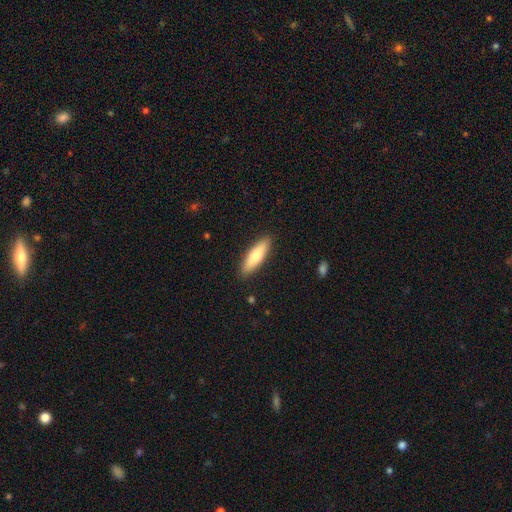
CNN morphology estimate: A smooth galaxy with no disk features (70%) that is cigar-shaped (62%).

Vote fractions:
- Smooth or featured? smooth: 70% / featured or disk: 25% / star or artifact: 5%
- How rounded? cigar-shaped: 62% / in between: 36% / round: 2%
- Merging? none: 89% / minor disturbance: 8% / major disturbance: 2% / merger: 1%